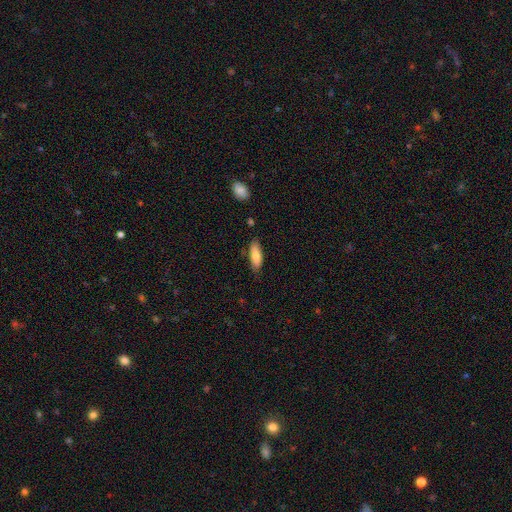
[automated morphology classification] smooth_or_featured: smooth (p=0.80) [alt: featured or disk p=0.14]
how_rounded: in between (p=0.65) [alt: cigar-shaped p=0.33]
merging: none (p=0.80) [alt: minor disturbance p=0.16]